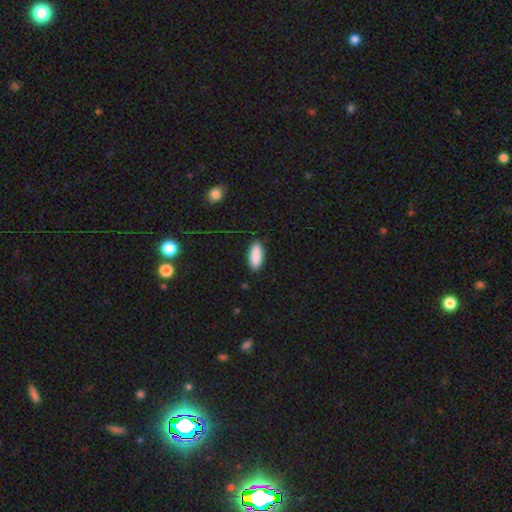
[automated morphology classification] A smooth galaxy with no disk features (90%) that is in between round and cigar-shaped (82%).

Vote fractions:
- Smooth or featured? smooth: 90% / star or artifact: 6% / featured or disk: 4%
- How rounded? in between: 82% / cigar-shaped: 16% / round: 2%
- Merging? none: 88% / minor disturbance: 9% / major disturbance: 2% / merger: 1%